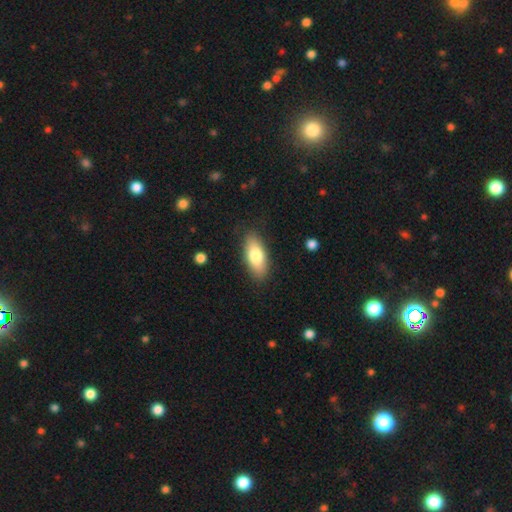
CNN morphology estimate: A smooth galaxy with no disk features (77%) that is in between round and cigar-shaped (81%). Merging: none (86%).